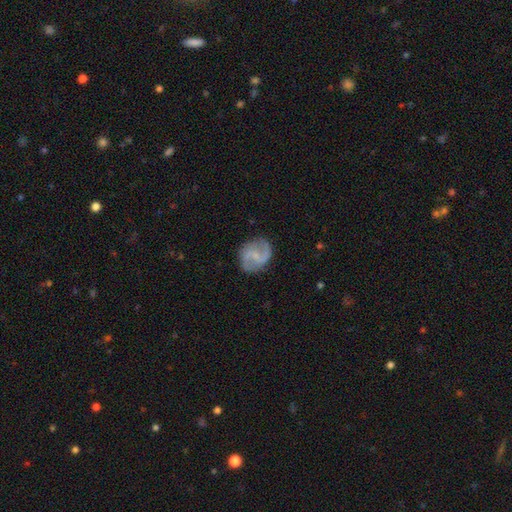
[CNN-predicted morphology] The model was most divided on "spiral winding": medium: 45%, loose: 43%, tight: 13%. More confident: edge-on disk — no (98%); spiral arms — yes (93%); spiral arm count — 2 (90%); merging — none (79%); smooth or featured — featured or disk (78%); bar — weak (53%); bulge size — small (53%).